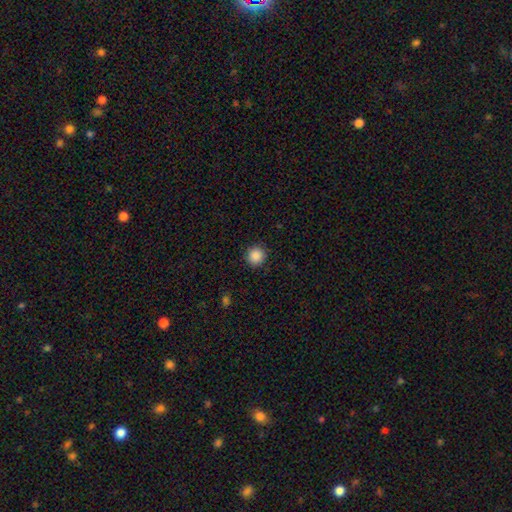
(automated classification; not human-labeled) Morphology: type=smooth (88%); roundness=round (94%); merging=none (91%).